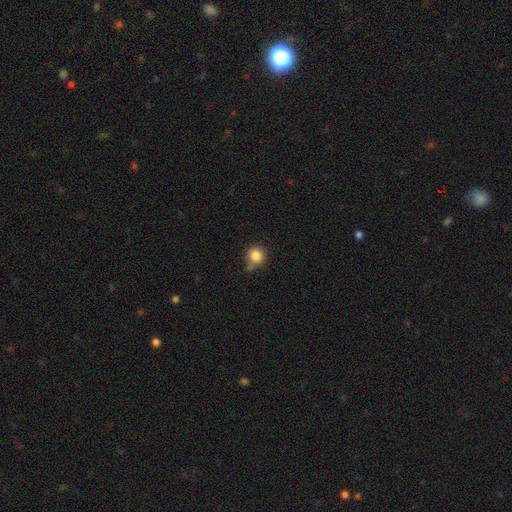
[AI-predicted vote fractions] A smooth galaxy with no disk features (84%) that is round (88%). Merging: none (60%).